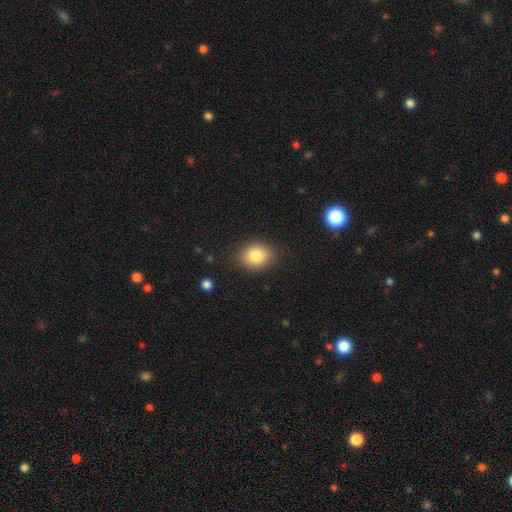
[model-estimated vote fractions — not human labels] A smooth galaxy with no disk features (83%) that is round (51%).

Vote fractions:
- Smooth or featured? smooth: 83% / star or artifact: 9% / featured or disk: 7%
- How rounded? round: 51% / in between: 48% / cigar-shaped: 1%
- Merging? none: 86% / minor disturbance: 10% / major disturbance: 3% / merger: 1%